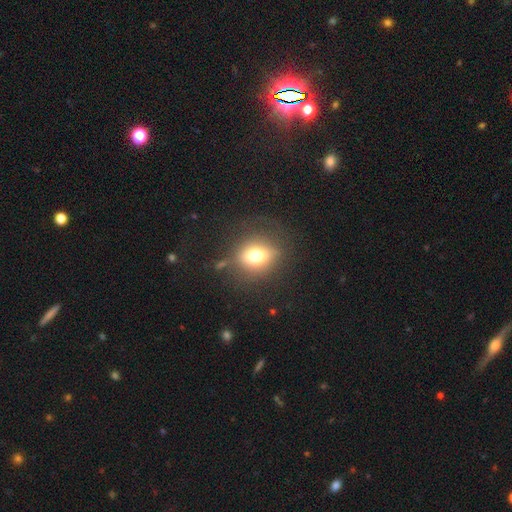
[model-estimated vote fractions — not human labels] Smooth or featured? smooth (66%)
How rounded? round (61%)
Merging? none (73%)